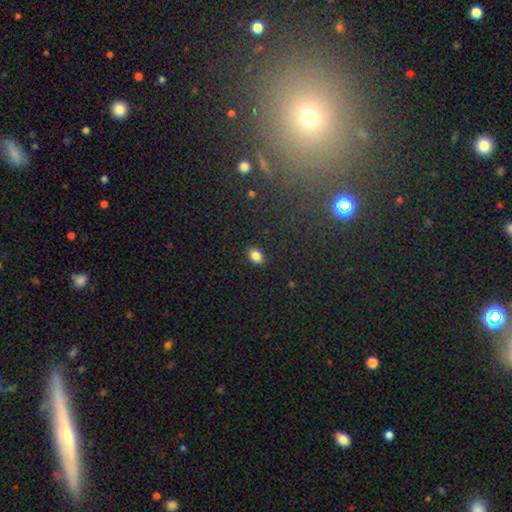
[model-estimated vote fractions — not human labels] smooth 84%, star or artifact 10%, featured or disk 5%. Down the decision tree: how rounded — in between (78%); merging — none (89%).